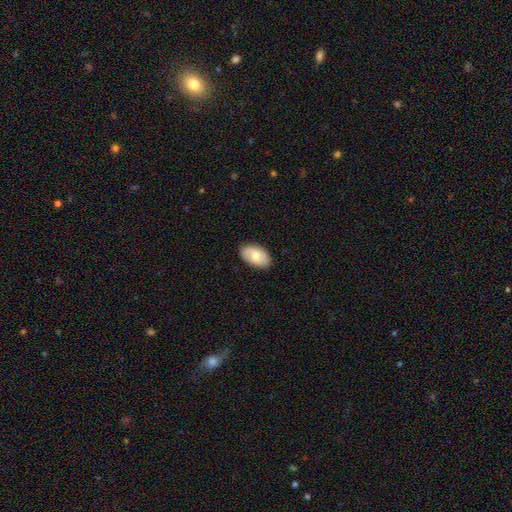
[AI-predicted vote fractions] Smooth or featured?
  - smooth: 69% *
  - featured or disk: 25%
  - star or artifact: 6%
How rounded?
  - in between: 93% *
  - round: 5%
  - cigar-shaped: 1%
Merging?
  - none: 86% *
  - minor disturbance: 11%
  - major disturbance: 2%
  - merger: 1%